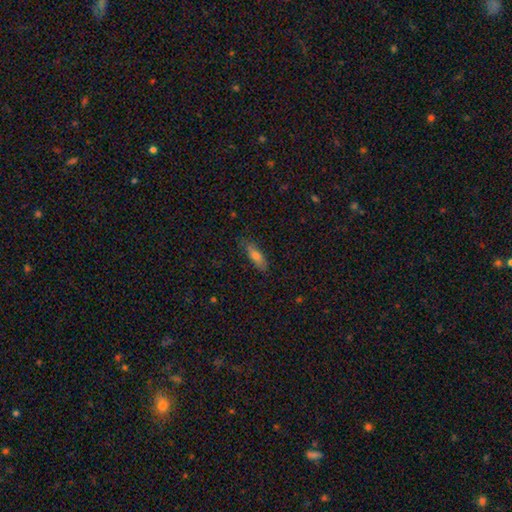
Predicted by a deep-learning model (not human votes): This is likely a smooth galaxy (71%). How rounded: possibly cigar-shaped (52%). Merging: clearly none (81%).